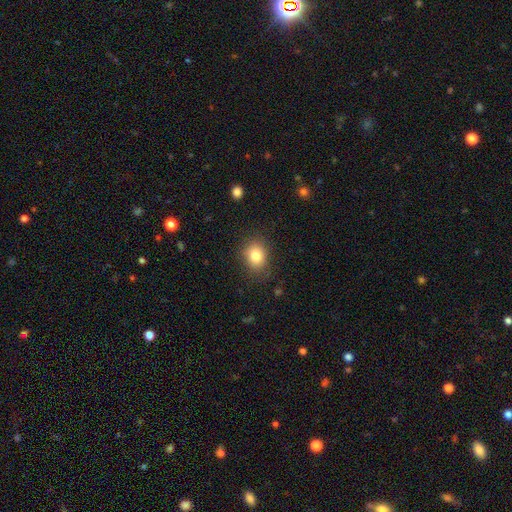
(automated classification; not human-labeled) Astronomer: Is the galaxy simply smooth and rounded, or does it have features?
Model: smooth — 82%.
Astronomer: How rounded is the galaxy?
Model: round — 57% (runner-up: in between, 42%).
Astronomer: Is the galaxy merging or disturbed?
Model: none — 83%.